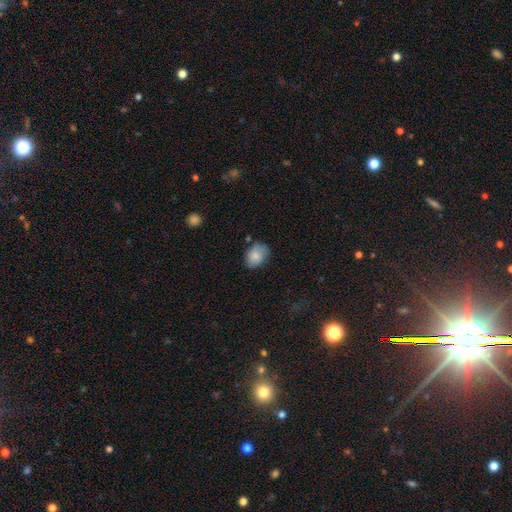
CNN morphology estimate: The model was most divided on "how rounded": in between: 69%, round: 30%, cigar-shaped: 1%. More confident: smooth or featured — smooth (78%); merging — none (66%).